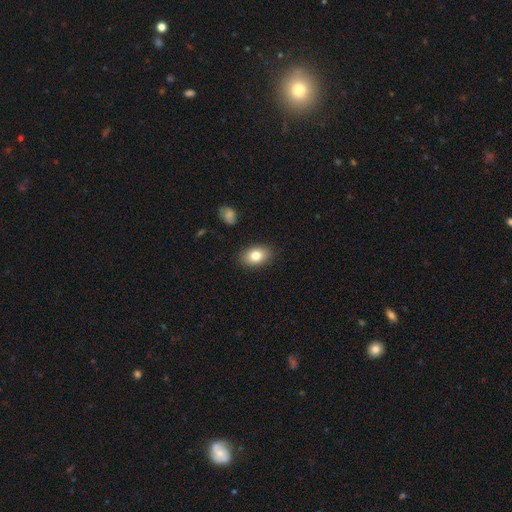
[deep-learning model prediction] Q: Smooth or featured?
A: smooth (81%); runner-up: featured or disk (11%)
Q: How rounded?
A: in between (84%); runner-up: round (15%)
Q: Merging?
A: none (87%); runner-up: minor disturbance (9%)